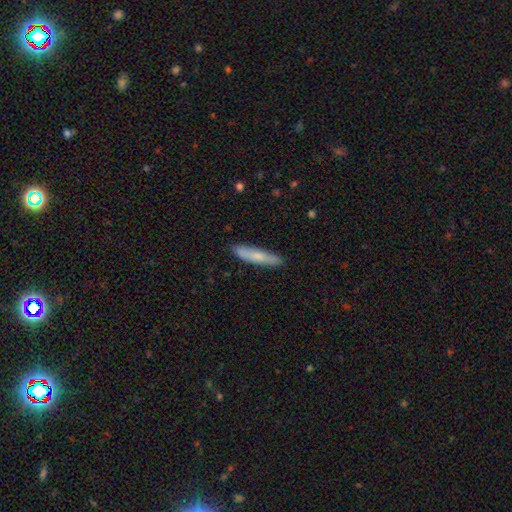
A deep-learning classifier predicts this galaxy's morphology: type=smooth (73%); roundness=cigar-shaped (88%); merging=none (87%).